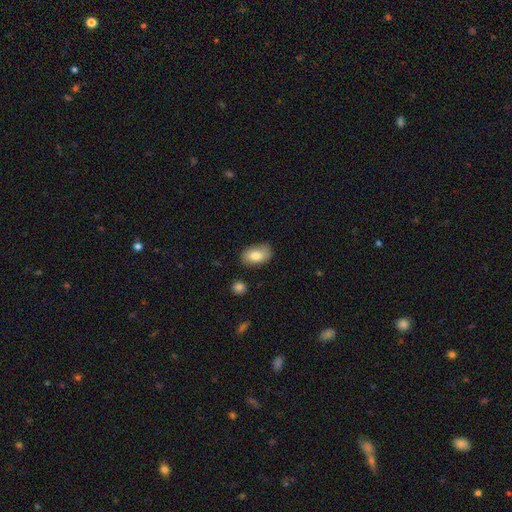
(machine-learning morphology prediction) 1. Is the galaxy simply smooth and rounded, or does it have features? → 81% smooth, 13% featured or disk, 7% star or artifact.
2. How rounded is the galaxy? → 91% in between, 7% round, 2% cigar-shaped.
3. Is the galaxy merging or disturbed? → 77% none, 17% minor disturbance, 3% major disturbance, 2% merger.